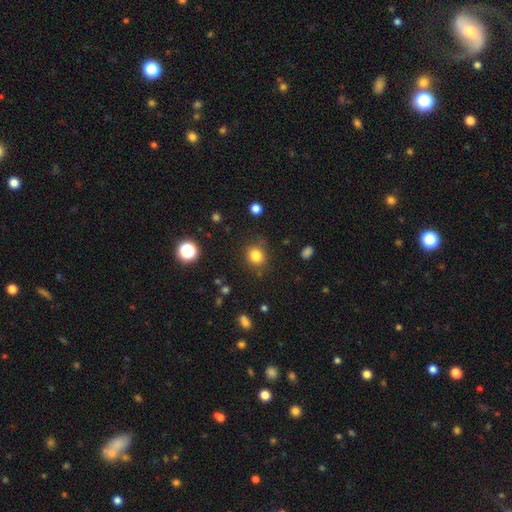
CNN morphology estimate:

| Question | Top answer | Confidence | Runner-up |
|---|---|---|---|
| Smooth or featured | smooth | 82% | star or artifact (13%) |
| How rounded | round | 74% | in between (26%) |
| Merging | none | 80% | minor disturbance (13%) |